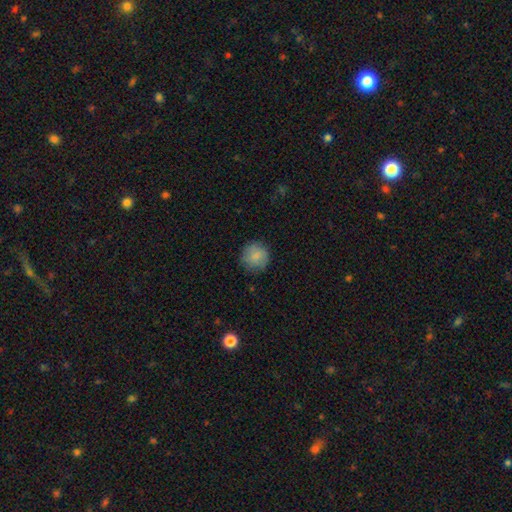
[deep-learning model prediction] A smooth galaxy with no disk features (85%) that is round (93%).

Vote fractions:
- Smooth or featured? smooth: 85% / featured or disk: 8% / star or artifact: 7%
- How rounded? round: 93% / in between: 6% / cigar-shaped: 1%
- Merging? none: 84% / minor disturbance: 12% / major disturbance: 3% / merger: 1%